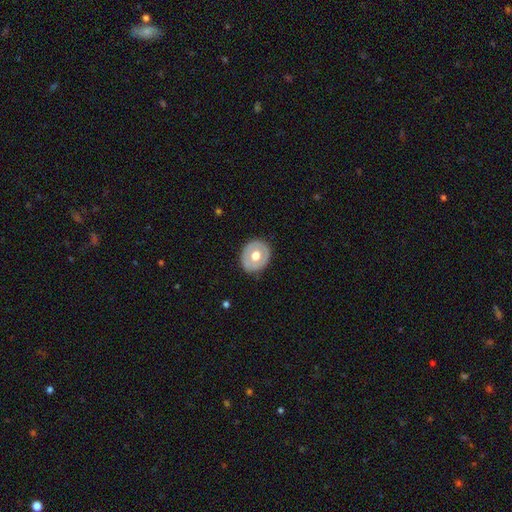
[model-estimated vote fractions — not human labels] Smooth or featured? Predicted: smooth (p=0.52). How rounded? Predicted: round (p=0.72). Merging? Predicted: none (p=0.86).